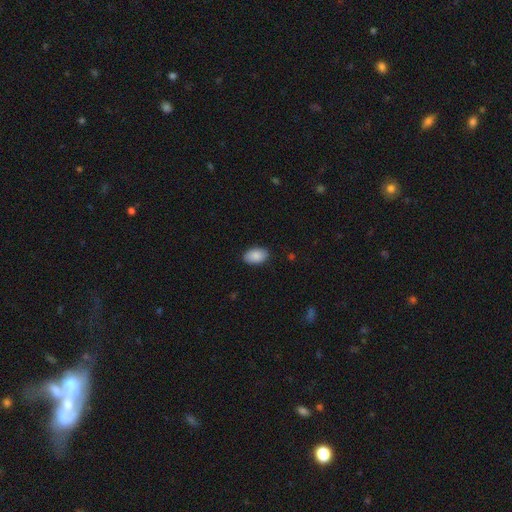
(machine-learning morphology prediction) smooth 88%, star or artifact 6%, featured or disk 5%. Down the decision tree: how rounded — in between (92%); merging — none (88%).